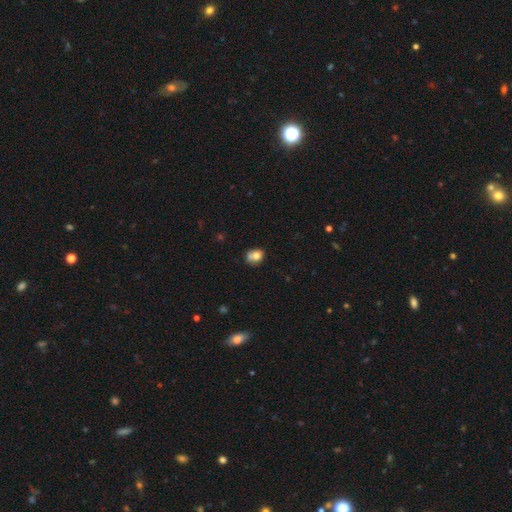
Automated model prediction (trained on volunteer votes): Smooth or featured? smooth (74%)
How rounded? round (56%)
Merging? none (46%)